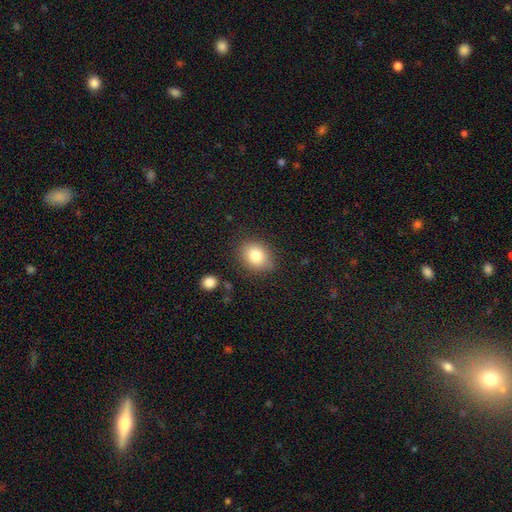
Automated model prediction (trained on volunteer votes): Overall: smooth (81%). How rounded: in between (55%; round 44%). Merging: none (83%).